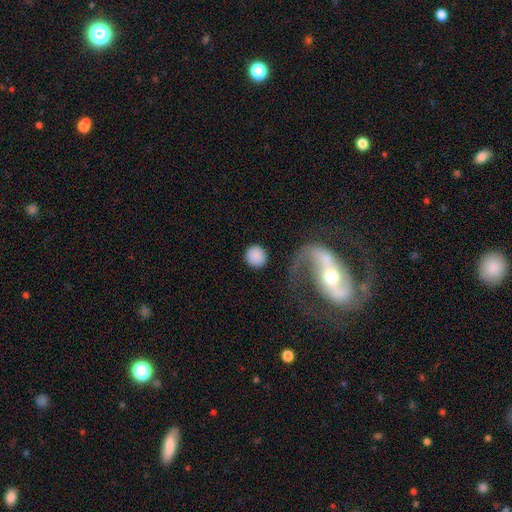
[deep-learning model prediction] A smooth galaxy with no disk features (83%) that is round (91%).

Vote fractions:
- Smooth or featured? smooth: 83% / featured or disk: 9% / star or artifact: 8%
- How rounded? round: 91% / in between: 8% / cigar-shaped: 1%
- Merging? none: 83% / minor disturbance: 7% / major disturbance: 6% / merger: 4%